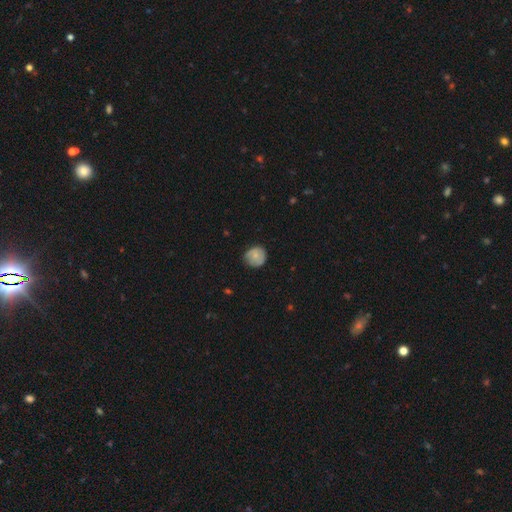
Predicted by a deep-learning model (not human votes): smooth_or_featured: smooth (p=0.68) [alt: featured or disk p=0.24]
how_rounded: round (p=0.85) [alt: in between p=0.14]
merging: none (p=0.70) [alt: minor disturbance p=0.24]